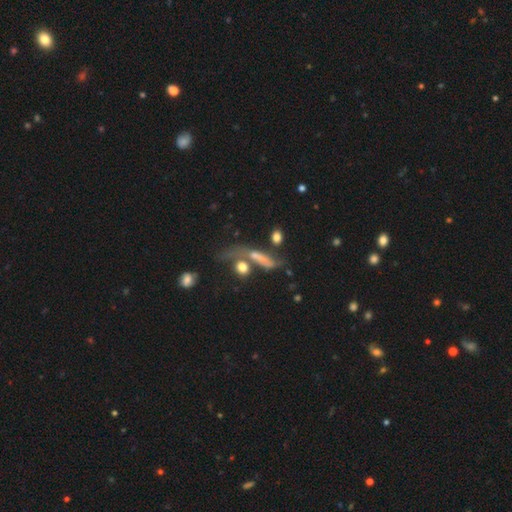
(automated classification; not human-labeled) A smooth galaxy with no disk features (50%) that is cigar-shaped (58%). Merging: none (42%).